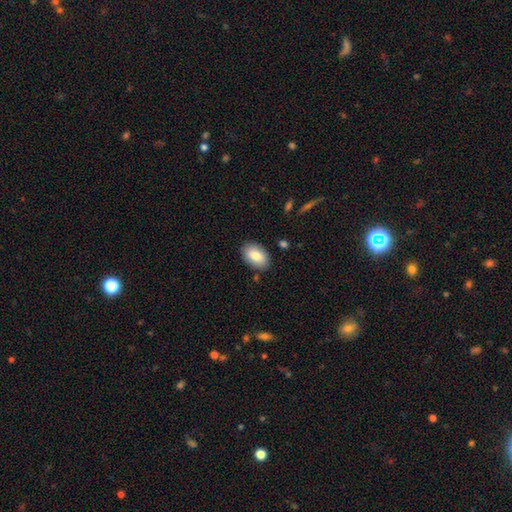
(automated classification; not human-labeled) The model was most divided on "smooth or featured": smooth: 82%, featured or disk: 11%, star or artifact: 7%. More confident: how rounded — in between (90%); merging — none (86%).